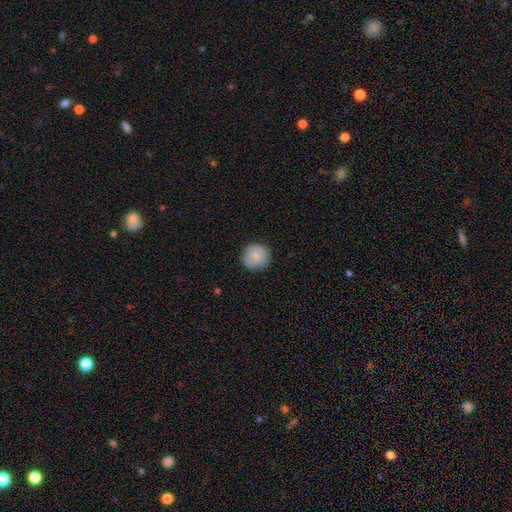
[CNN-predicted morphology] This appears to be a smooth galaxy with no disk features (78%) that is round (94%). Merging: none (85%).